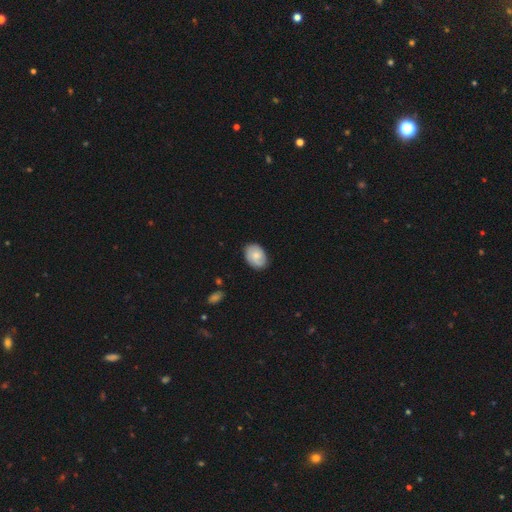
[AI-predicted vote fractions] Smooth or featured? Predicted: smooth (p=0.66). How rounded? Predicted: in between (p=0.81). Merging? Predicted: none (p=0.80).